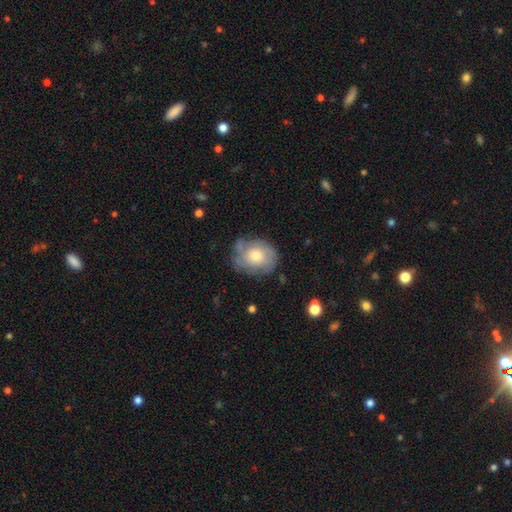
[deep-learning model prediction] Smooth or featured? smooth (53%)
How rounded? round (62%)
Merging? none (65%)